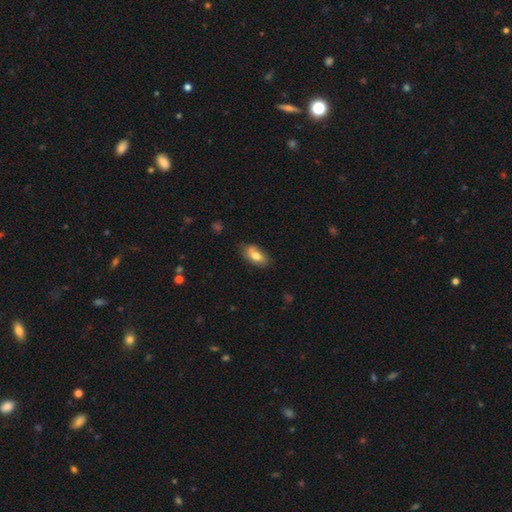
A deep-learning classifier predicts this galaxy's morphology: This is likely a smooth galaxy (73%). How rounded: clearly in between (90%). Merging: likely none (71%).